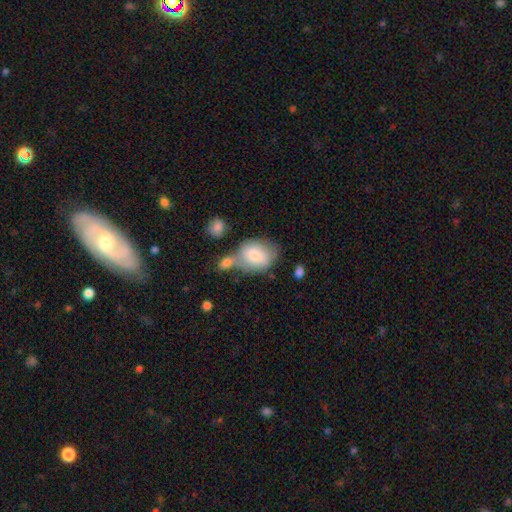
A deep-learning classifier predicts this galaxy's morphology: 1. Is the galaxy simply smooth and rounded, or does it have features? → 74% smooth, 20% featured or disk, 7% star or artifact.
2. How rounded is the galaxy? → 58% in between, 41% round, 1% cigar-shaped.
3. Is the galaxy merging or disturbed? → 39% none, 35% merger, 18% minor disturbance, 8% major disturbance.